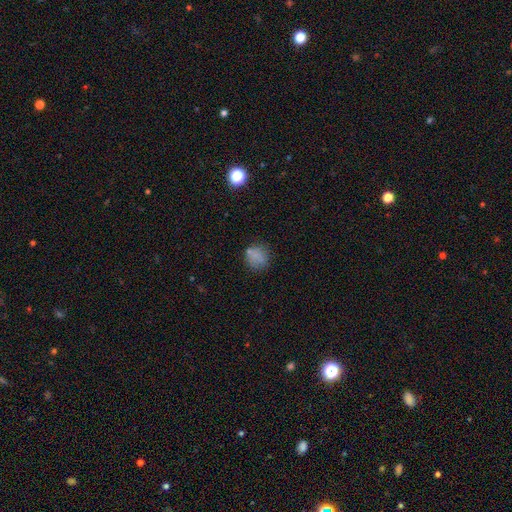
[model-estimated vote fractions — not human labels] Morphology: type=smooth (77%); roundness=round (82%); merging=none (73%).